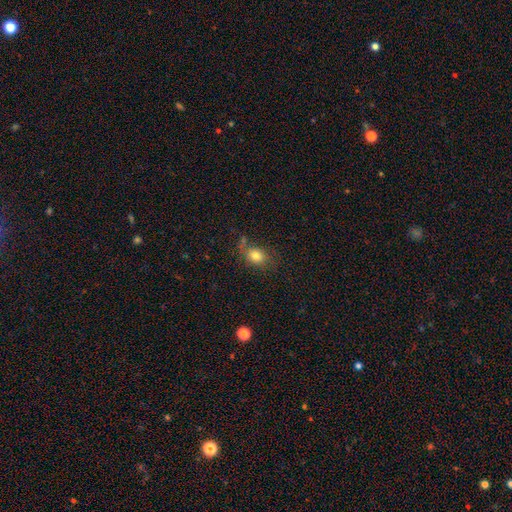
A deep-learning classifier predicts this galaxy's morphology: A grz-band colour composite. It shows a smooth galaxy with no disk features (80%) that is in between round and cigar-shaped (56%). Merging: none (61%).